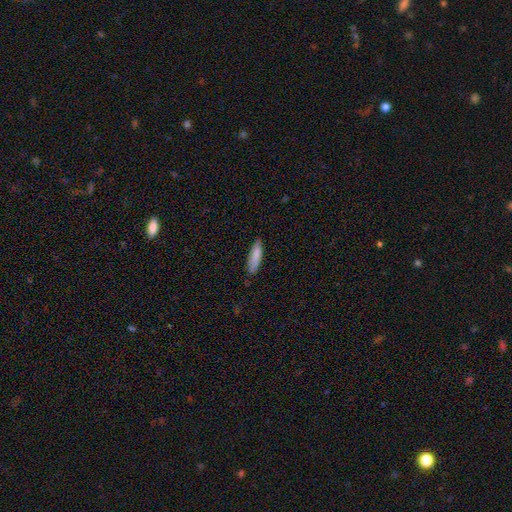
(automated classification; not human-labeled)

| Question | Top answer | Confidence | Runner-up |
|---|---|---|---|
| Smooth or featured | smooth | 84% | featured or disk (10%) |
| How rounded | cigar-shaped | 70% | in between (29%) |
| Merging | none | 81% | minor disturbance (16%) |